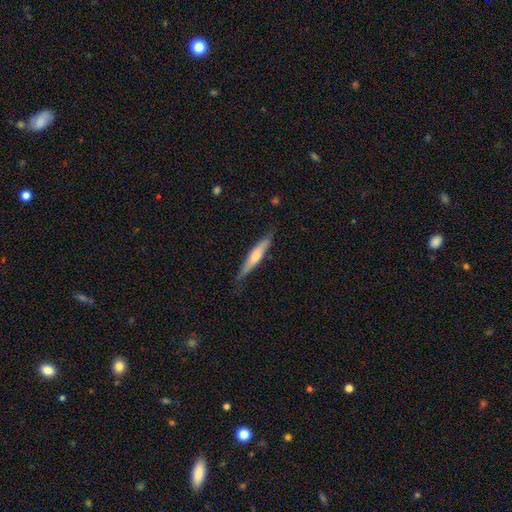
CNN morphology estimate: Q: Smooth or featured?
A: smooth (50%); runner-up: featured or disk (45%)
Q: How rounded?
A: cigar-shaped (89%); runner-up: in between (10%)
Q: Merging?
A: none (78%); runner-up: minor disturbance (17%)